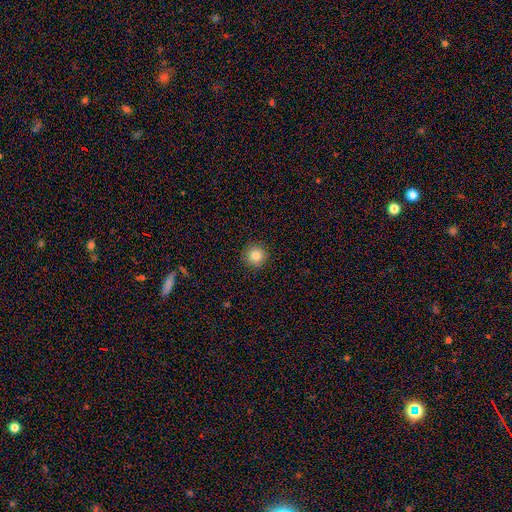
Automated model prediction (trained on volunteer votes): Smooth or featured: smooth — 84% (star or artifact — 11%)
How rounded: round — 95% (in between — 4%)
Merging: none — 92% (minor disturbance — 5%)